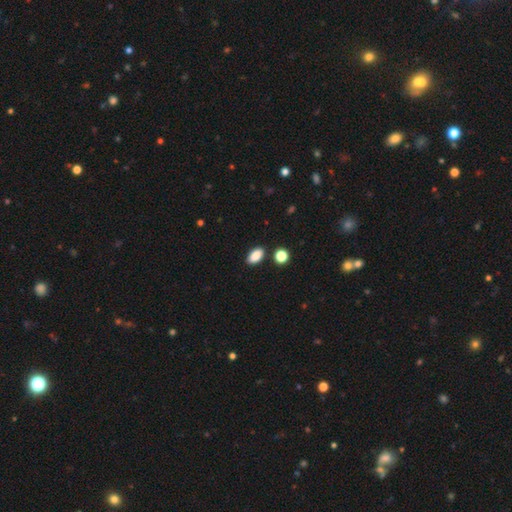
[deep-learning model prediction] smooth_or_featured: smooth (p=0.87) [alt: star or artifact p=0.08]
how_rounded: in between (p=0.91) [alt: round p=0.06]
merging: none (p=0.86) [alt: minor disturbance p=0.08]